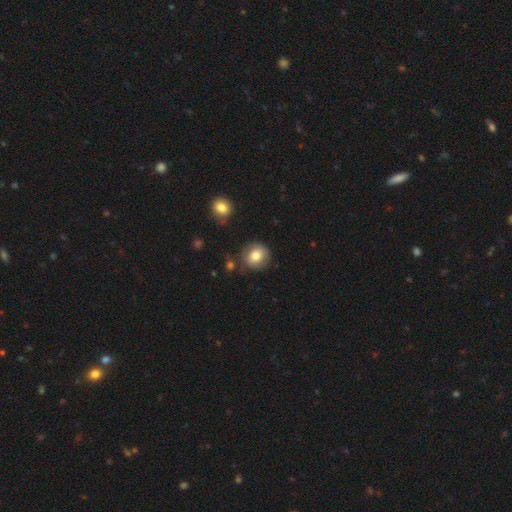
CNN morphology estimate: This is likely a smooth galaxy (79%). How rounded: clearly round (84%). Merging: likely none (78%).